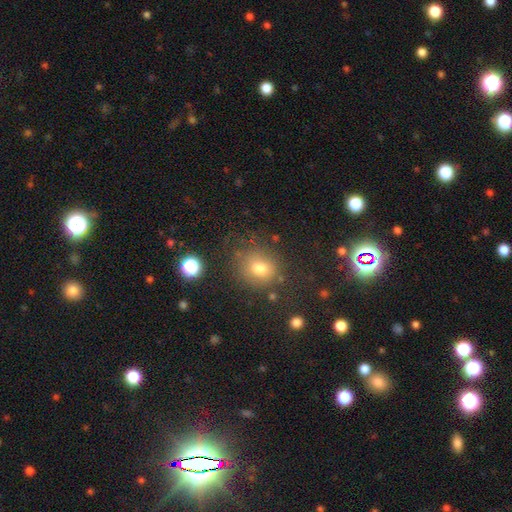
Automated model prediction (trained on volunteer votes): smooth 54%, star or artifact 36%, featured or disk 10%. Down the decision tree: how rounded — round (80%); merging — none (84%).